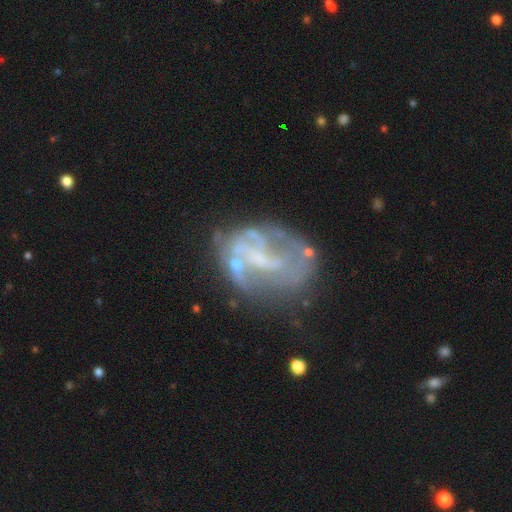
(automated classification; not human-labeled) Overall: featured or disk (70%). Edge-on disk: no (97%). Bar: no (56%; weak 30%). Spiral arms: no (61%; yes 39%). Bulge size: none (57%; small 27%). Merging: none (43%; major disturbance 27%).